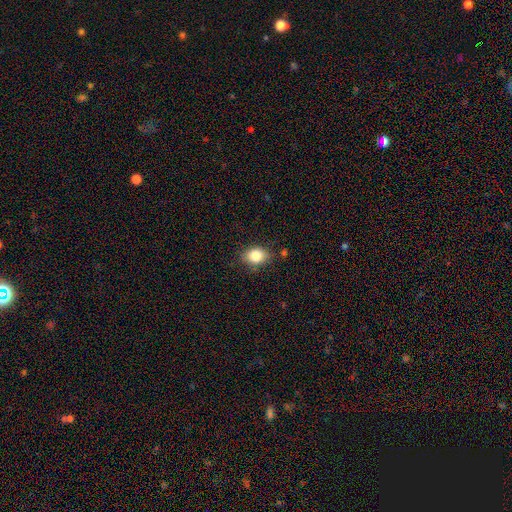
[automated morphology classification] Smooth or featured?
  - smooth: 84% *
  - star or artifact: 9%
  - featured or disk: 7%
How rounded?
  - in between: 66% *
  - round: 33%
  - cigar-shaped: 1%
Merging?
  - none: 80% *
  - minor disturbance: 15%
  - major disturbance: 3%
  - merger: 2%